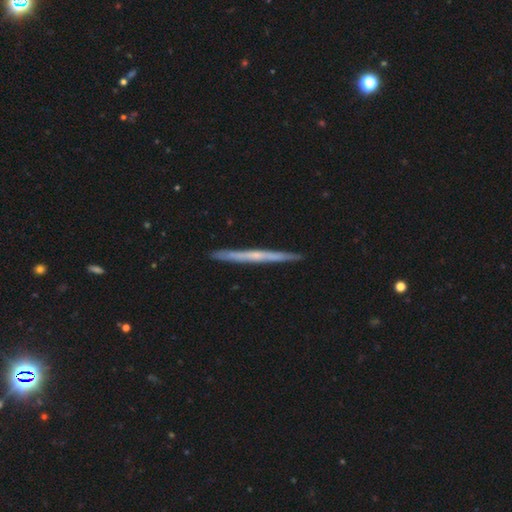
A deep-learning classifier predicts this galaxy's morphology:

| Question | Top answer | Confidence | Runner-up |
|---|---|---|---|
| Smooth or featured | featured or disk | 66% | smooth (28%) |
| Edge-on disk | yes | 98% | no (2%) |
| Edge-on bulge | none | 66% | rounded (29%) |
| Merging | none | 92% | minor disturbance (6%) |